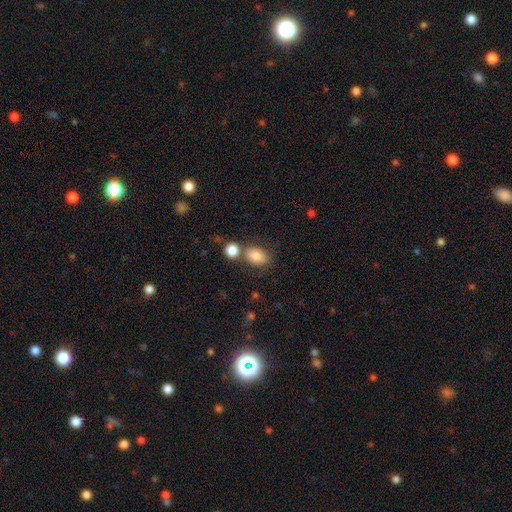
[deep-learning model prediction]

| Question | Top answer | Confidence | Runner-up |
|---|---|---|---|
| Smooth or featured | smooth | 83% | star or artifact (9%) |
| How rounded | in between | 82% | round (17%) |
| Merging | none | 64% | merger (19%) |